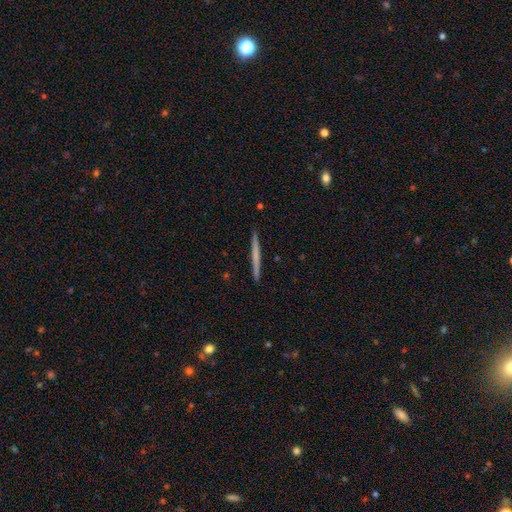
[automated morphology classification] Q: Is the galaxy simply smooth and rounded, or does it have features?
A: smooth — 50%.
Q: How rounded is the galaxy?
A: cigar-shaped — 97%.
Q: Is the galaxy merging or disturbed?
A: none — 93%.